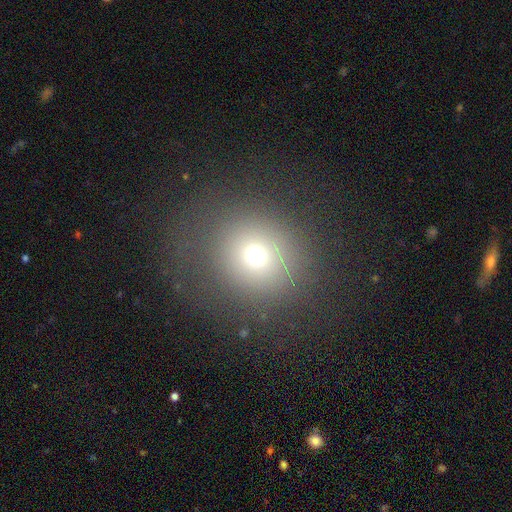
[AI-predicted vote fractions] Smooth or featured: smooth — 66% (star or artifact — 21%)
How rounded: round — 88% (in between — 11%)
Merging: none — 77% (minor disturbance — 12%)